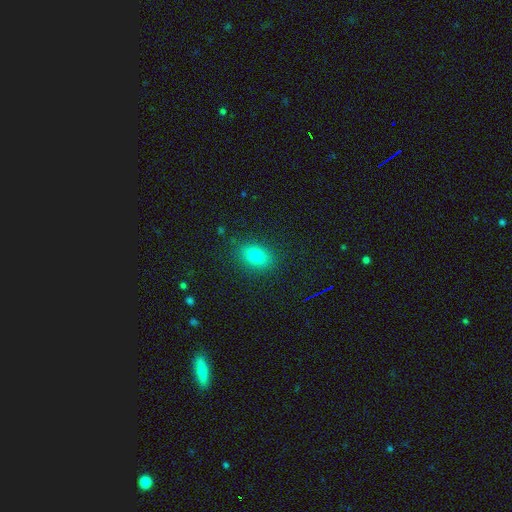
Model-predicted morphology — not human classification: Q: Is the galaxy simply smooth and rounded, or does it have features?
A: smooth — 78%.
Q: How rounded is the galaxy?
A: in between — 79%.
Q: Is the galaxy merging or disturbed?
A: none — 86%.